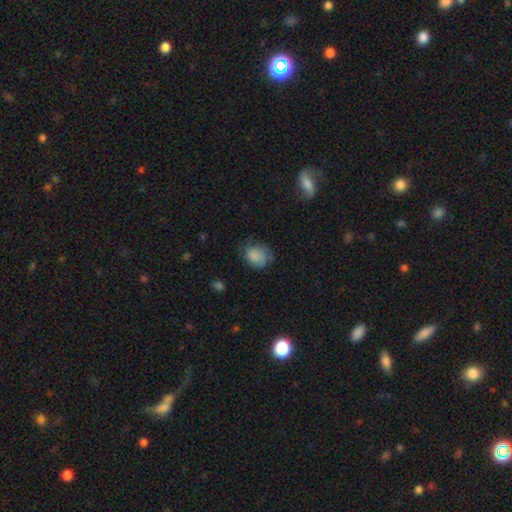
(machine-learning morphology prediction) Smooth or featured? smooth (73%)
How rounded? round (58%)
Merging? none (56%)